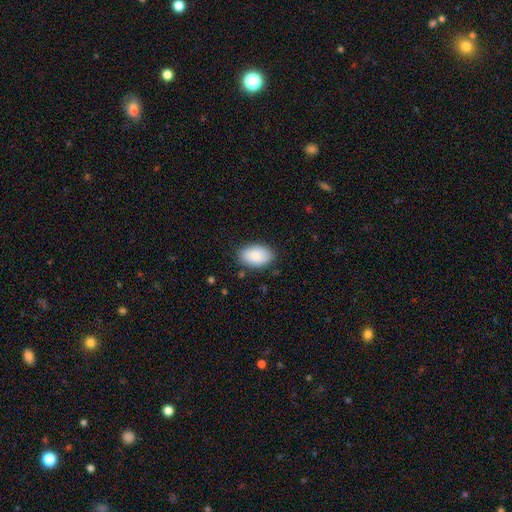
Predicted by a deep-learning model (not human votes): smooth-or-featured: smooth: 87% | featured or disk: 7% | star or artifact: 6%
  how-rounded: in between: 94% | round: 5% | cigar-shaped: 1%
  merging: none: 84% | minor disturbance: 12% | major disturbance: 3% | merger: 1%